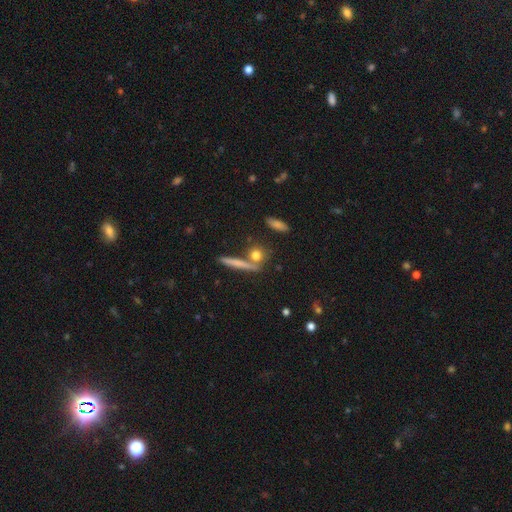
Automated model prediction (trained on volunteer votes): Smooth or featured? Predicted: smooth (p=0.69). How rounded? Predicted: round (p=0.55). Merging? Predicted: none (p=0.71).